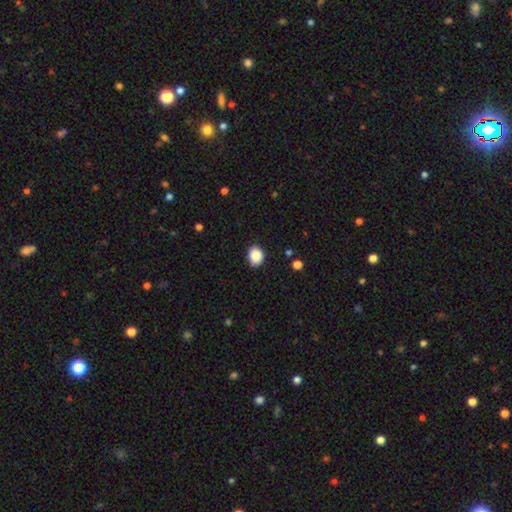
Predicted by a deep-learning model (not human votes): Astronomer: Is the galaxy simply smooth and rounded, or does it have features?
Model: smooth — 88%.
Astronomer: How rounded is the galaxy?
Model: round — 51% (runner-up: in between, 49%).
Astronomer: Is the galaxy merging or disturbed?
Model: none — 82%.